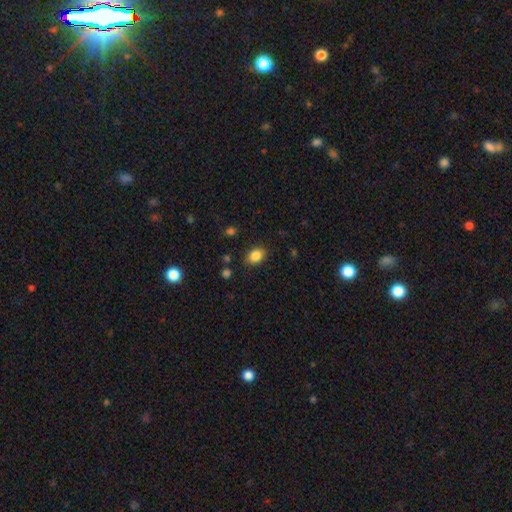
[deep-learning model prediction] Smooth or featured?
  - smooth: 85% *
  - star or artifact: 9%
  - featured or disk: 5%
How rounded?
  - in between: 77% *
  - round: 22%
  - cigar-shaped: 1%
Merging?
  - none: 84% *
  - minor disturbance: 11%
  - major disturbance: 3%
  - merger: 2%